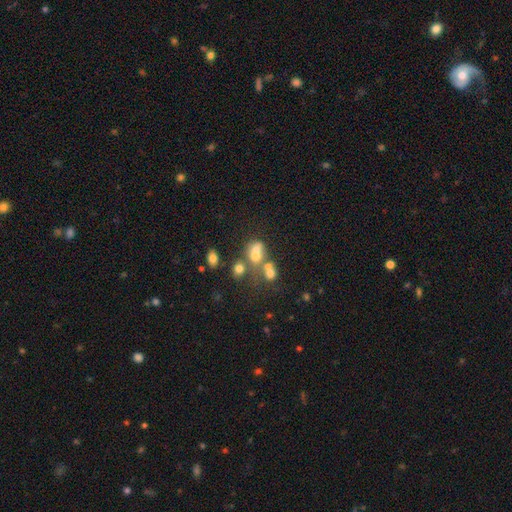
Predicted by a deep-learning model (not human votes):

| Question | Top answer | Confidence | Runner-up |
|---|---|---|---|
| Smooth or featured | smooth | 55% | featured or disk (26%) |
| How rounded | in between | 63% | round (34%) |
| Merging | merger | 48% | none (25%) |